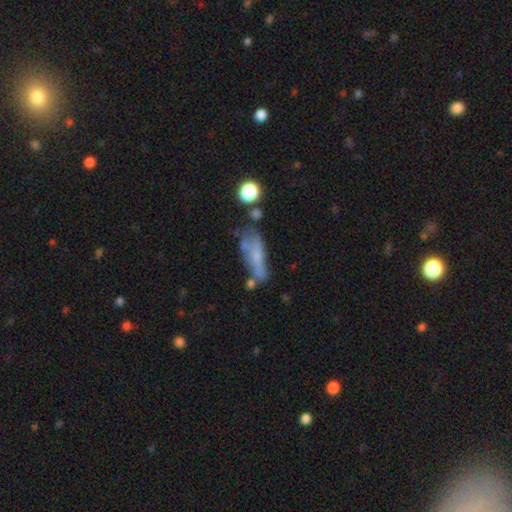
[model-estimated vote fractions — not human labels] This appears to be a smooth galaxy with no disk features (51%) that is in between round and cigar-shaped (49%). Merging: none (40%).